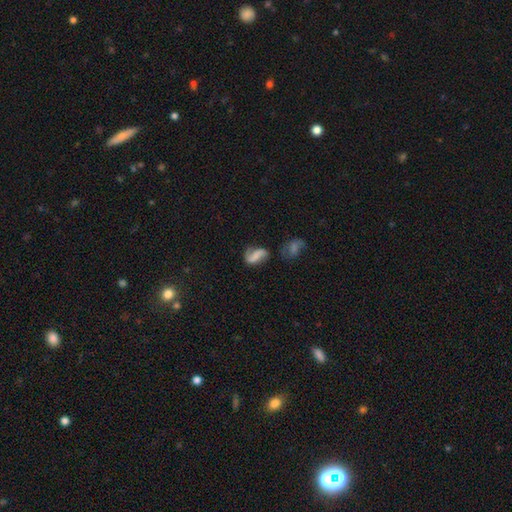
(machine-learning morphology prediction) A featured or disk galaxy (52%). Merging: none (52%).